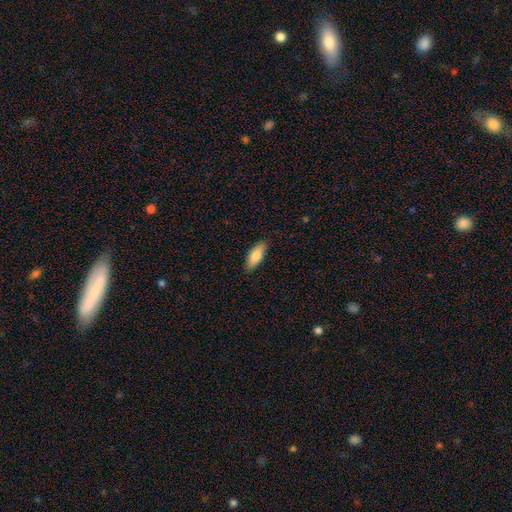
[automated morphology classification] Q: Smooth or featured?
A: smooth (80%); runner-up: featured or disk (14%)
Q: How rounded?
A: in between (74%); runner-up: cigar-shaped (24%)
Q: Merging?
A: none (86%); runner-up: minor disturbance (11%)